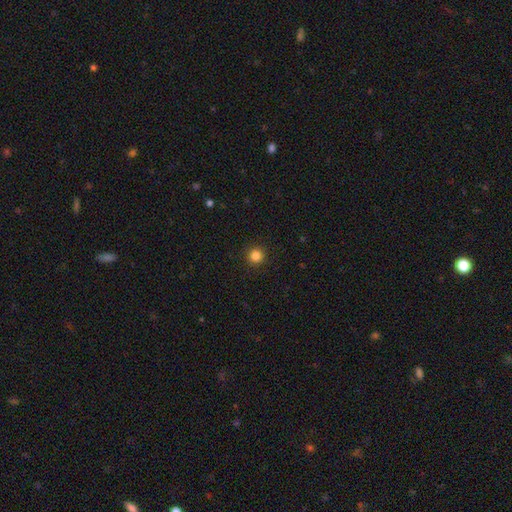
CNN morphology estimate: Overall: smooth (84%). How rounded: round (95%). Merging: none (93%).